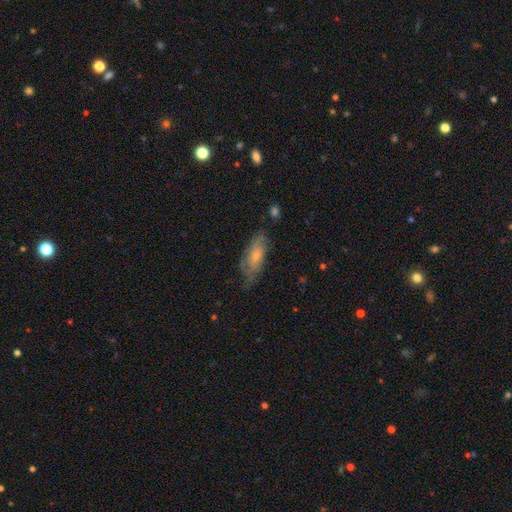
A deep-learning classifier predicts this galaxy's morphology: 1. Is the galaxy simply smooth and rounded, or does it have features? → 54% smooth, 39% featured or disk, 7% star or artifact.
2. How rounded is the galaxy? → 74% in between, 23% cigar-shaped, 3% round.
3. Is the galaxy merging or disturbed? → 60% none, 28% minor disturbance, 10% major disturbance, 2% merger.